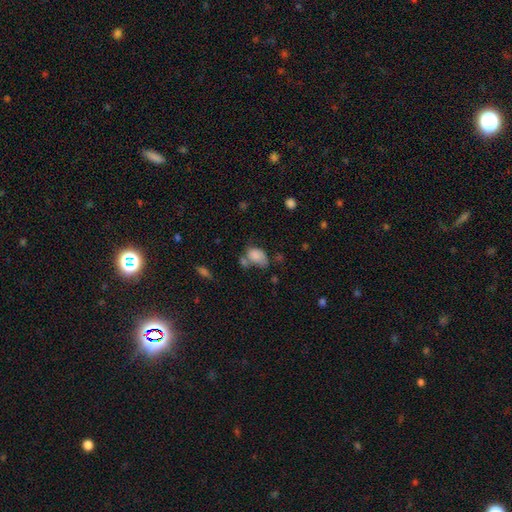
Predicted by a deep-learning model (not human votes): Overall: smooth (81%). How rounded: in between (83%). Merging: none (34%; minor disturbance 26%).